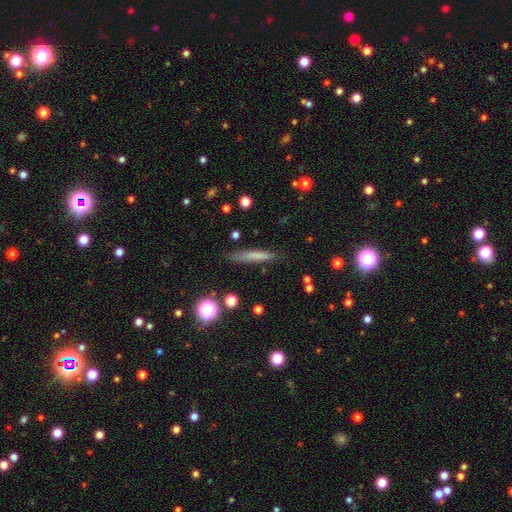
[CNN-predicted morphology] Smooth or featured: smooth — 67% (featured or disk — 23%)
How rounded: cigar-shaped — 92% (in between — 6%)
Merging: none — 83% (minor disturbance — 12%)